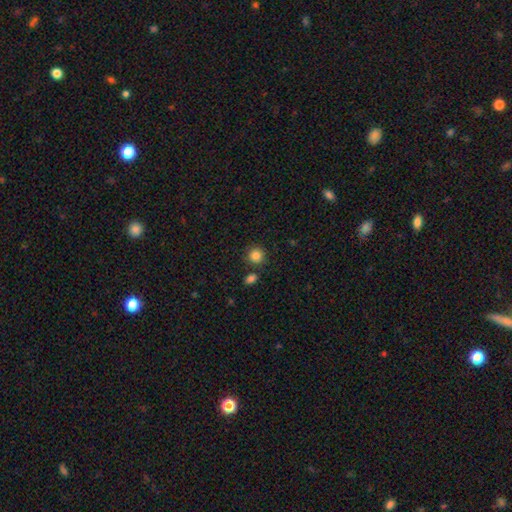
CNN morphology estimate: type=smooth (85%); roundness=round (91%); merging=none (82%).